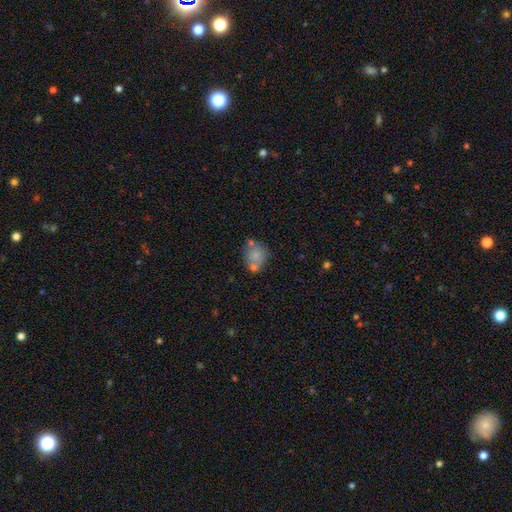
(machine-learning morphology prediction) A smooth galaxy with no disk features (69%) that is round (57%). Merging: none (46%).